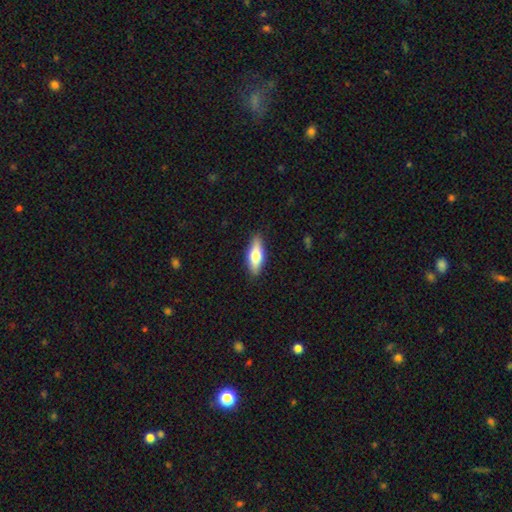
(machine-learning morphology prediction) This appears to be a smooth galaxy with no disk features (60%) that is in between round and cigar-shaped (62%). Merging: none (89%).